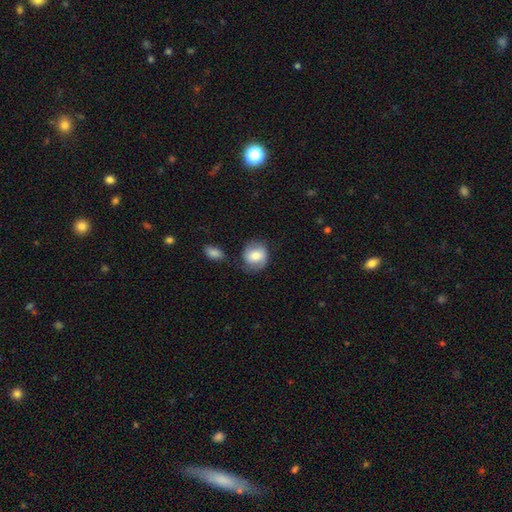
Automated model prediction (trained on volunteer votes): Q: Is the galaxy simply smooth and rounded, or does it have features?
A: smooth — 68%.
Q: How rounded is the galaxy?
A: round — 77%.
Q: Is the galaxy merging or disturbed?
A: none — 66%.